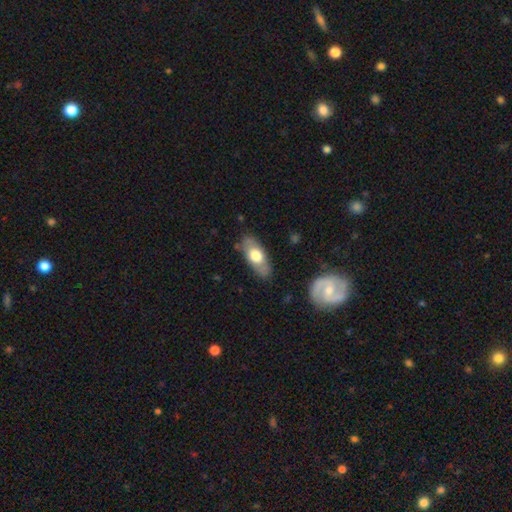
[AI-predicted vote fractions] This appears to be a smooth galaxy with no disk features (59%) that is in between round and cigar-shaped (81%). Merging: none (79%).